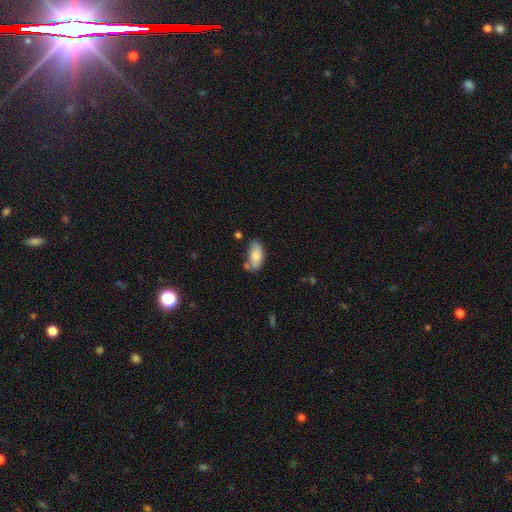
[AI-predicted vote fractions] Morphology: type=smooth (80%); roundness=in between (91%); merging=none (62%).